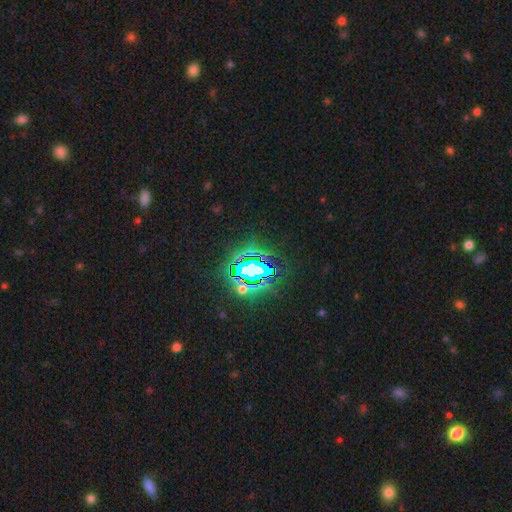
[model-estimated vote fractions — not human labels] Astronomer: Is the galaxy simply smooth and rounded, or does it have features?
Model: star or artifact — 83%.